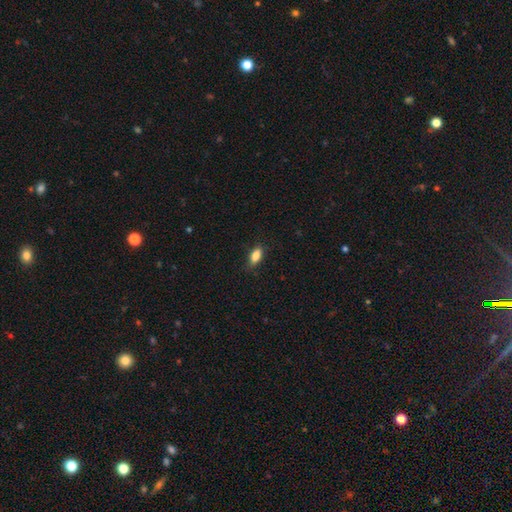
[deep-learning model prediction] A smooth galaxy with no disk features (83%) that is in between round and cigar-shaped (83%). Merging: none (80%).